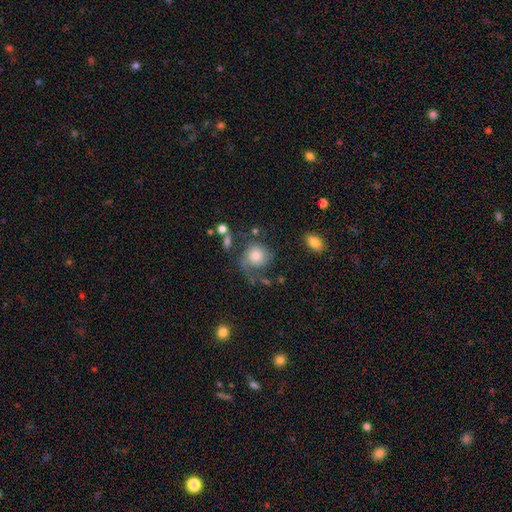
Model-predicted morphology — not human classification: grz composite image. It shows a smooth galaxy with no disk features (47%). Merging: none (44%).